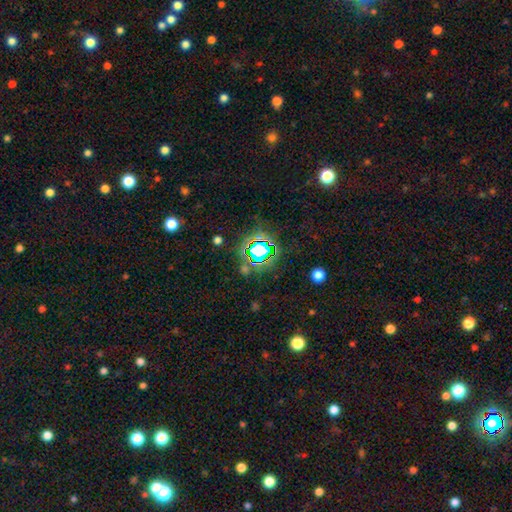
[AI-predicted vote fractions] This is likely a star or artifact rather than a galaxy (69%).